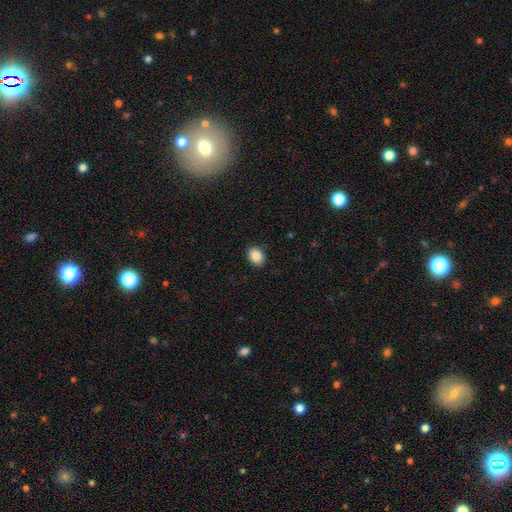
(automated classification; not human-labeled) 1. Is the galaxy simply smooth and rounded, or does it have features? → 87% smooth, 9% star or artifact, 4% featured or disk.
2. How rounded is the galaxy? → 64% in between, 35% round, 1% cigar-shaped.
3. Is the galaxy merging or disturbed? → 89% none, 8% minor disturbance, 2% major disturbance, 1% merger.